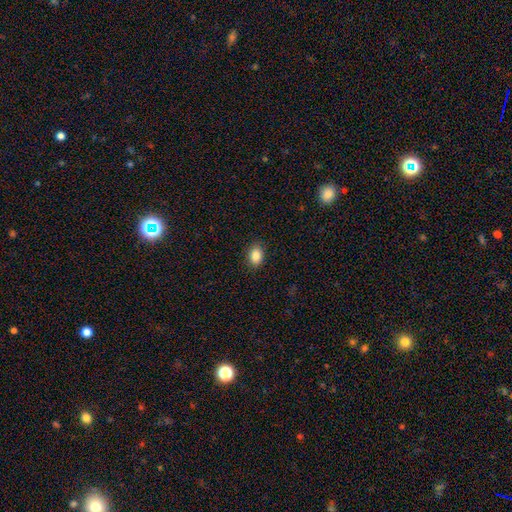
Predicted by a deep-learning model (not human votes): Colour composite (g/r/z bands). It shows a smooth galaxy with no disk features (87%) that is in between round and cigar-shaped (75%). Merging: none (88%).